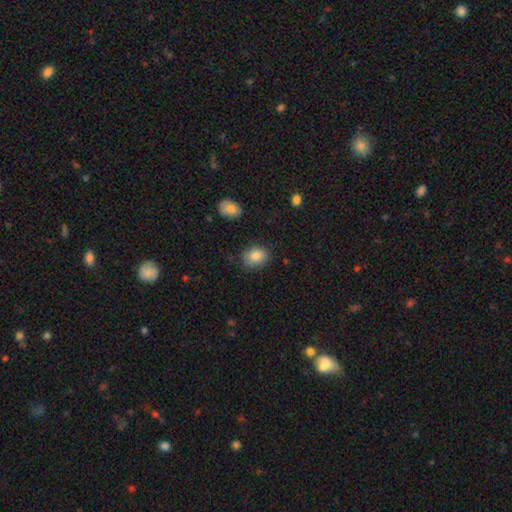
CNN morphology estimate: smooth 86%, star or artifact 8%, featured or disk 6%. Down the decision tree: how rounded — in between (56%); merging — none (82%).